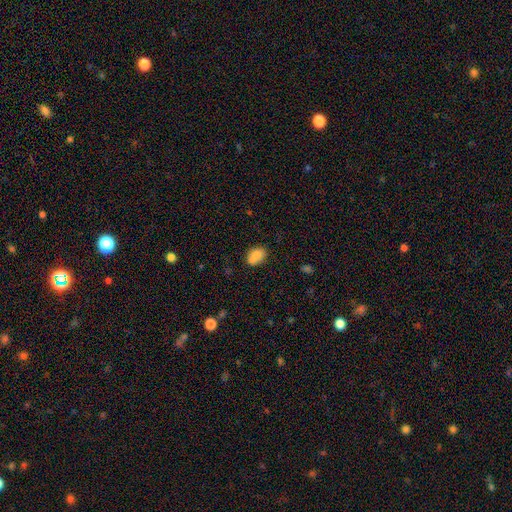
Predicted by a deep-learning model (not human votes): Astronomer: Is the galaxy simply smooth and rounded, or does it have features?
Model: smooth — 77%.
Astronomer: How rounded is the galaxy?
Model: in between — 72%.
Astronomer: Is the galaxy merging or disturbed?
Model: none — 53%.